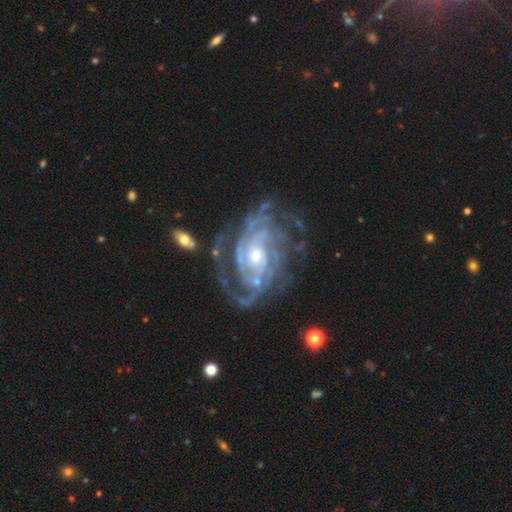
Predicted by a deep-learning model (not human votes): Smooth or featured?
  - featured or disk: 92% *
  - star or artifact: 5%
  - smooth: 3%
Edge-on disk?
  - no: 97% *
  - yes: 3%
Bar?
  - no: 68% *
  - weak: 24%
  - strong: 9%
Spiral arms?
  - yes: 97% *
  - no: 3%
Spiral winding?
  - tight: 63% *
  - medium: 30%
  - loose: 6%
Spiral arm count?
  - can't tell: 24% *
  - 3: 21%
  - 2: 21%
  - 4: 16%
  - more than 4: 10%
  - 1: 8%
Bulge size?
  - small: 52% *
  - moderate: 42%
  - large: 3%
  - none: 1%
  - dominant: 1%
Merging?
  - none: 63% *
  - minor disturbance: 19%
  - major disturbance: 15%
  - merger: 3%